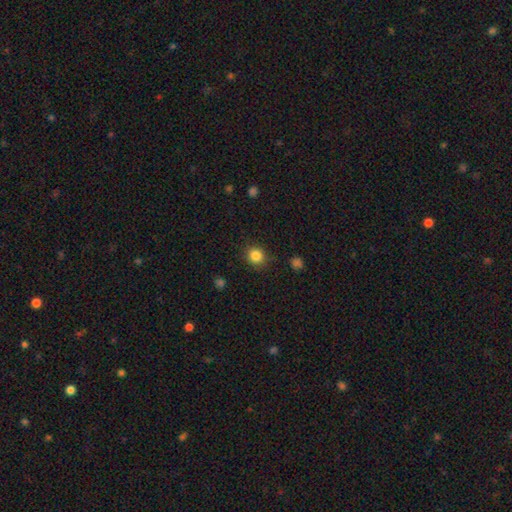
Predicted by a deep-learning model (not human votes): Q: Smooth or featured?
A: smooth (85%); runner-up: star or artifact (11%)
Q: How rounded?
A: round (88%); runner-up: in between (11%)
Q: Merging?
A: none (86%); runner-up: minor disturbance (10%)